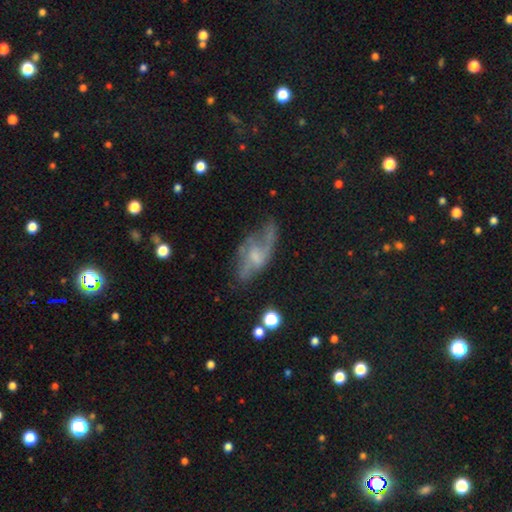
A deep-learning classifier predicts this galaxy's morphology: This is likely a featured or disk galaxy (63%). It is clearly not viewed edge-on (89%). Bar: possibly no (60%). Spiral arm pattern: likely yes (70%). Central bulge: marginally small (39%). Merging: possibly none (46%).